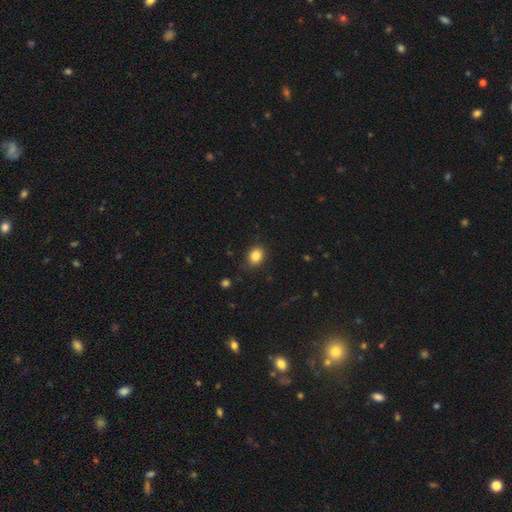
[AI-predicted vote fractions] smooth_or_featured: smooth (p=0.84) [alt: star or artifact p=0.10]
how_rounded: in between (p=0.54) [alt: round p=0.45]
merging: none (p=0.83) [alt: minor disturbance p=0.13]